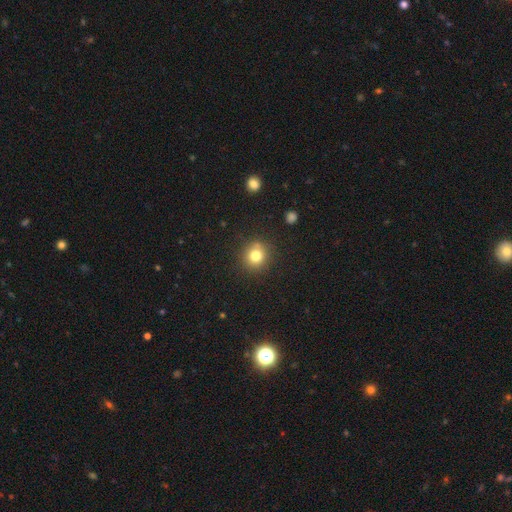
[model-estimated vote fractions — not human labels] This appears to be a smooth galaxy with no disk features (79%) that is round (90%). Merging: none (83%).